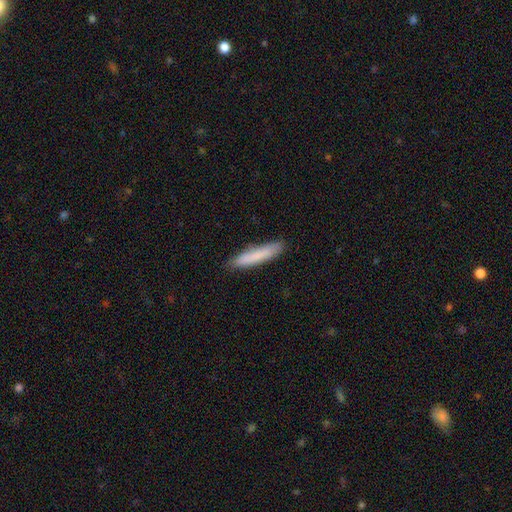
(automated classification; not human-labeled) Smooth or featured?
  - smooth: 81% *
  - featured or disk: 13%
  - star or artifact: 6%
How rounded?
  - cigar-shaped: 89% *
  - in between: 10%
  - round: 1%
Merging?
  - none: 85% *
  - minor disturbance: 12%
  - major disturbance: 2%
  - merger: 1%